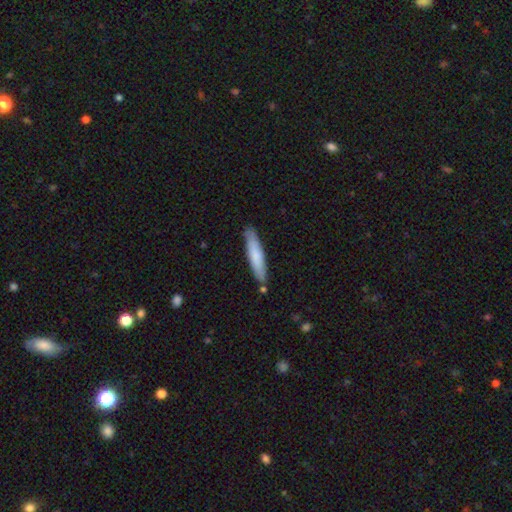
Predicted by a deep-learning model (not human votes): The model was most divided on "smooth or featured": smooth: 75%, featured or disk: 20%, star or artifact: 5%. More confident: how rounded — cigar-shaped (87%); merging — none (84%).